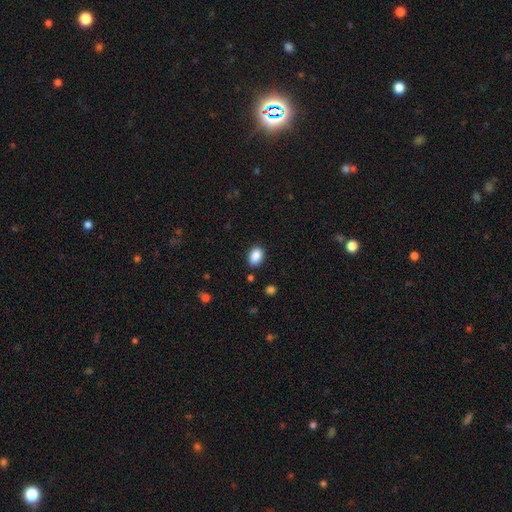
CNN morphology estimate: This is clearly a smooth galaxy (89%). How rounded: clearly in between (82%). Merging: clearly none (85%).